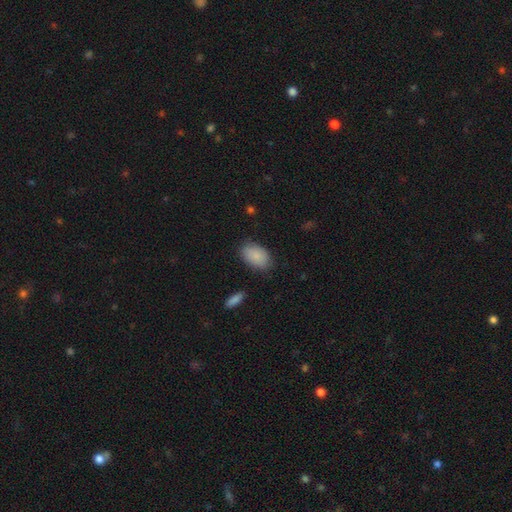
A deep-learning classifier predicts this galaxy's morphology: Smooth or featured? Predicted: smooth (p=0.89). How rounded? Predicted: in between (p=0.92). Merging? Predicted: none (p=0.82).